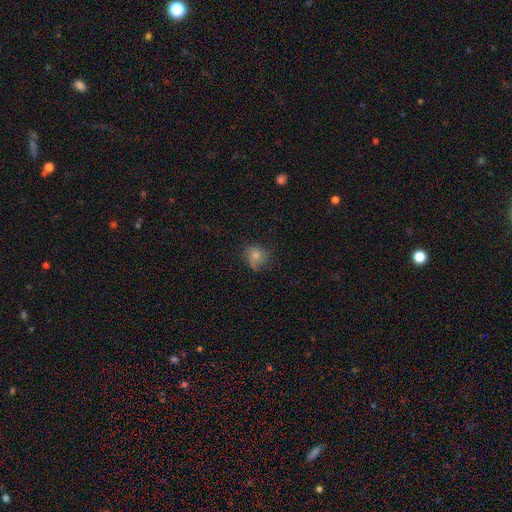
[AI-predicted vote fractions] The model was most divided on "merging": none: 63%, minor disturbance: 25%, major disturbance: 10%, merger: 2%. More confident: smooth or featured — smooth (72%); how rounded — round (70%).